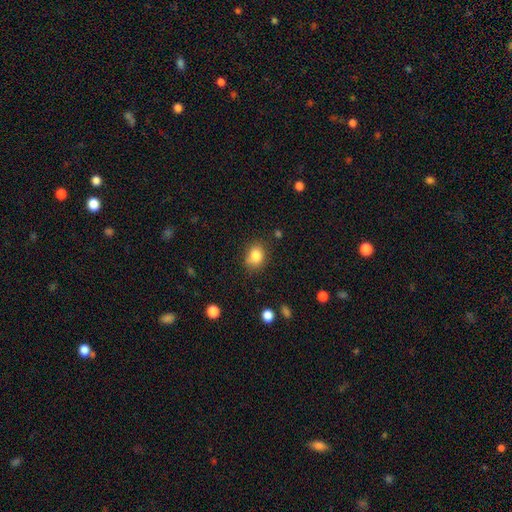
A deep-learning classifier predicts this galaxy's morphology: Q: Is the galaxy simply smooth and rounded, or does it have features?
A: smooth — 84%.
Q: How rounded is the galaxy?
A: in between — 54%.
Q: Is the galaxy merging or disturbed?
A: none — 75%.